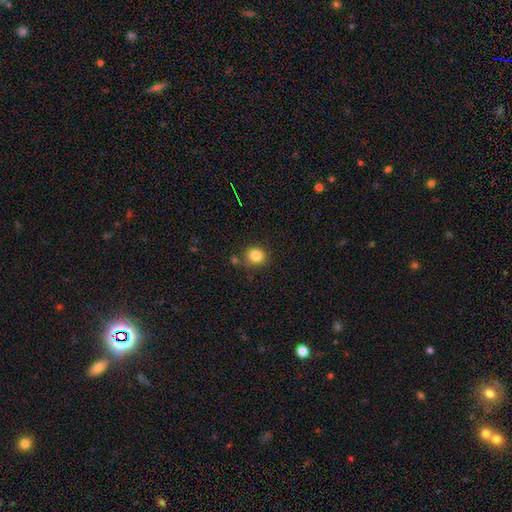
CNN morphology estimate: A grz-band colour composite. It shows a smooth galaxy with no disk features (84%) that is round (81%). Merging: none (79%).